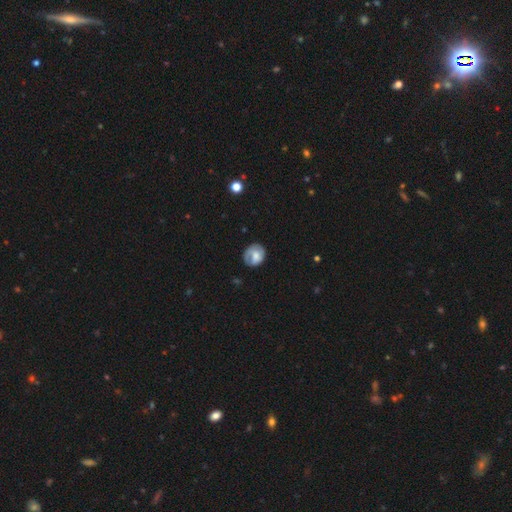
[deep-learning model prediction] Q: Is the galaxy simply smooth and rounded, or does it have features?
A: smooth — 54%.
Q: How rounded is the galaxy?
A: round — 64%.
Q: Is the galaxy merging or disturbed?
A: none — 59%.